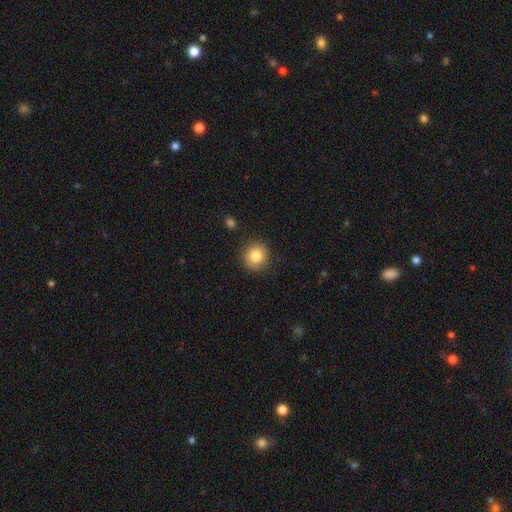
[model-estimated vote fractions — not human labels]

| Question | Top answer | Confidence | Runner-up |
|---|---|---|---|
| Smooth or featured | smooth | 84% | star or artifact (9%) |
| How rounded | round | 89% | in between (10%) |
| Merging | none | 88% | minor disturbance (8%) |